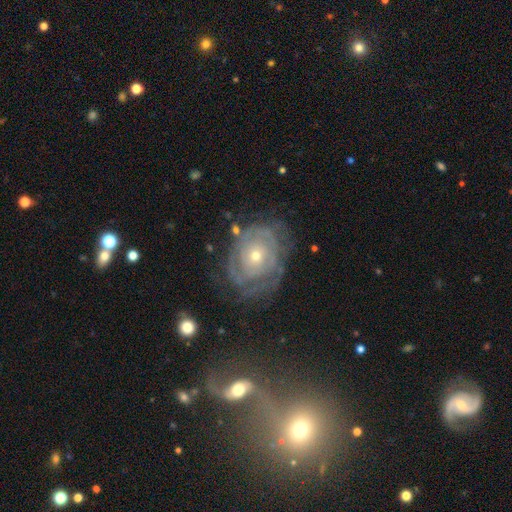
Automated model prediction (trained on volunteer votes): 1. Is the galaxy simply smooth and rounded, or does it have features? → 81% featured or disk, 12% smooth, 7% star or artifact.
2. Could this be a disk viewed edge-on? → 97% no, 3% yes.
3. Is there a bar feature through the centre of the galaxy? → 83% no, 13% weak, 4% strong.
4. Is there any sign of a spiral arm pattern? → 84% yes, 16% no.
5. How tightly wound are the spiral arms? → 78% tight, 17% medium, 6% loose.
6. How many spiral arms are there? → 51% can't tell, 17% 2, 12% 3, 8% 4, 6% more than 4, 5% 1.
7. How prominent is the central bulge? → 62% small, 34% moderate, 2% large, 1% none, 1% dominant.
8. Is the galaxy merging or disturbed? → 66% none, 20% minor disturbance, 12% major disturbance, 2% merger.